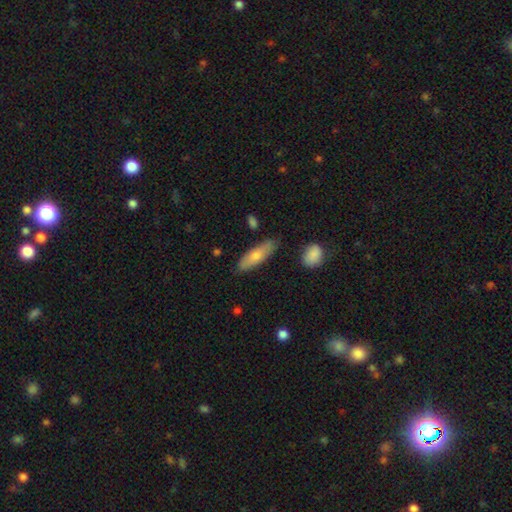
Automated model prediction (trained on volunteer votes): A smooth galaxy with no disk features (70%) that is cigar-shaped (50%).

Vote fractions:
- Smooth or featured? smooth: 70% / featured or disk: 24% / star or artifact: 6%
- How rounded? cigar-shaped: 50% / in between: 48% / round: 2%
- Merging? none: 81% / minor disturbance: 14% / major disturbance: 3% / merger: 2%